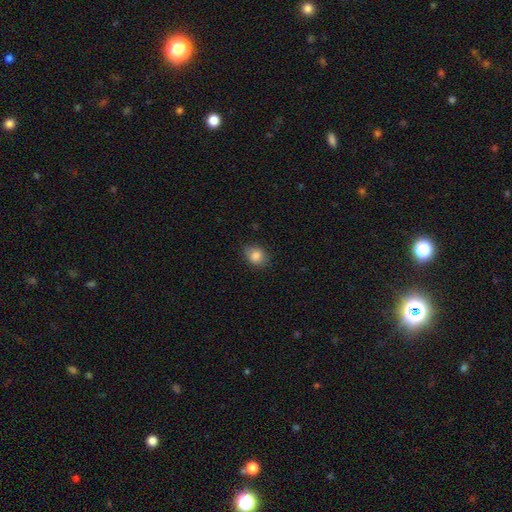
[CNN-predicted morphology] A smooth galaxy with no disk features (85%) that is round (50%).

Vote fractions:
- Smooth or featured? smooth: 85% / star or artifact: 9% / featured or disk: 6%
- How rounded? round: 50% / in between: 49% / cigar-shaped: 1%
- Merging? none: 71% / minor disturbance: 23% / major disturbance: 4% / merger: 1%